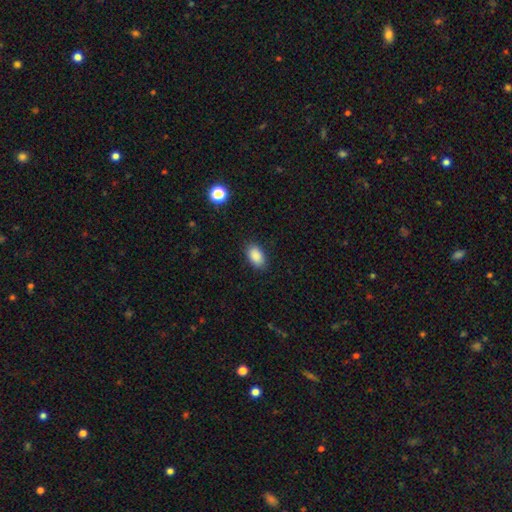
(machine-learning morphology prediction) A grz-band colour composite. It shows a smooth galaxy with no disk features (88%) that is in between round and cigar-shaped (92%). Merging: none (87%).